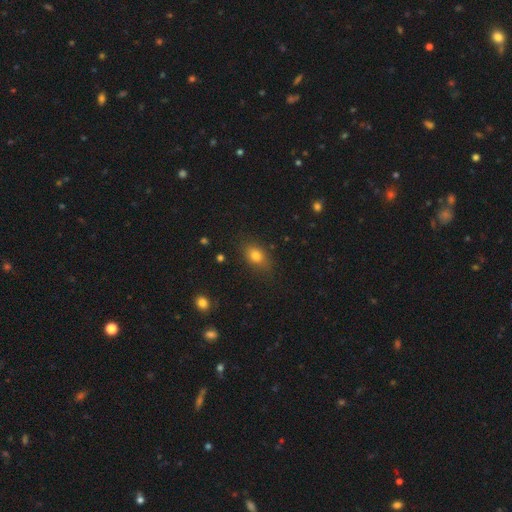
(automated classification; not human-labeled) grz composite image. It shows a smooth galaxy with no disk features (79%) that is in between round and cigar-shaped (75%). Merging: none (79%).